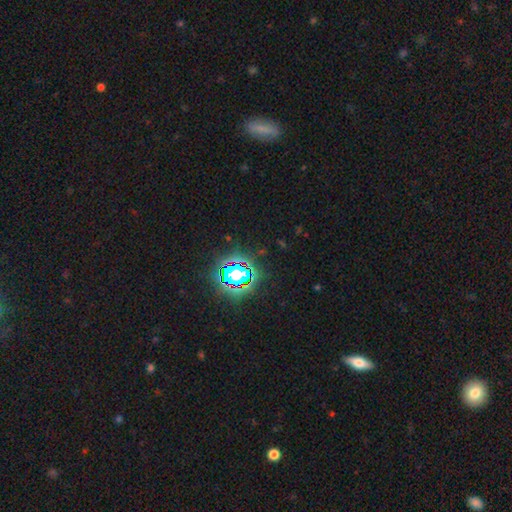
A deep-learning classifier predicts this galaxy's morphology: Q: Smooth or featured?
A: star or artifact (77%); runner-up: smooth (15%)